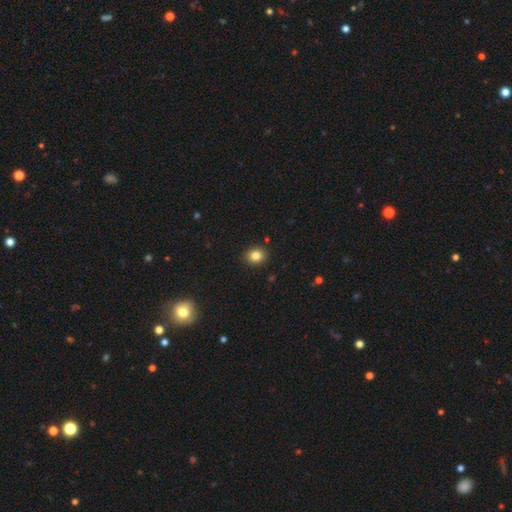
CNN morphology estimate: This is clearly a smooth galaxy (83%). How rounded: likely round (61%). Merging: clearly none (90%).